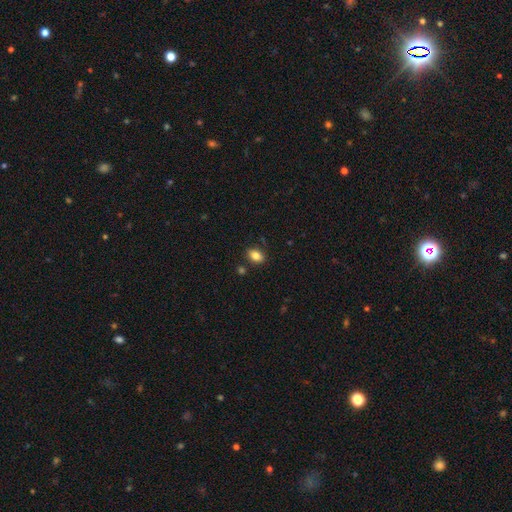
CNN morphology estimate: type=smooth (84%); roundness=in between (82%); merging=none (84%).